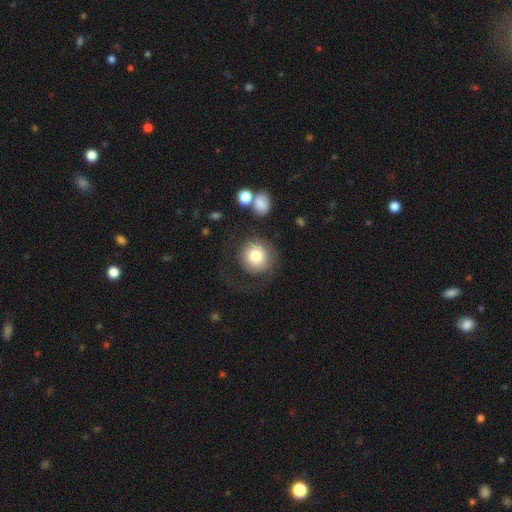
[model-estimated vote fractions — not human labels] Overall: smooth (78%). How rounded: round (92%). Merging: none (65%).